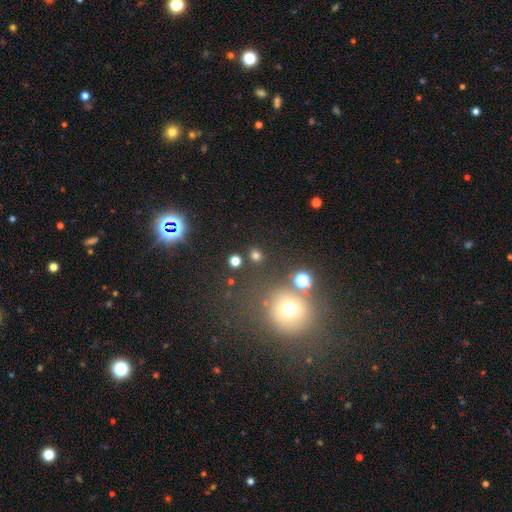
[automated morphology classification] This is likely a smooth galaxy (72%). How rounded: clearly round (83%). Merging: clearly none (84%).